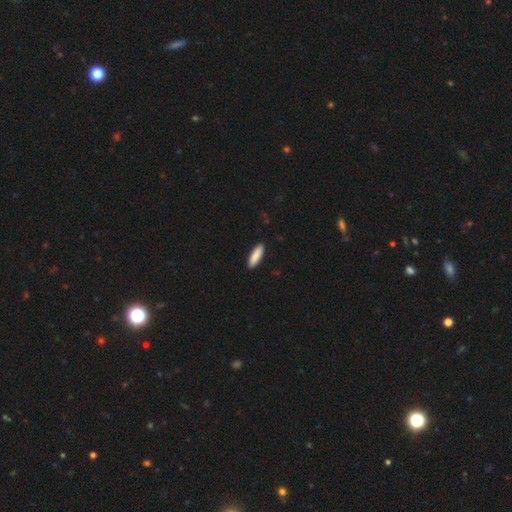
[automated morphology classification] smooth-or-featured: smooth: 89% | featured or disk: 5% | star or artifact: 5%
  how-rounded: cigar-shaped: 51% | in between: 47% | round: 1%
  merging: none: 91% | minor disturbance: 7% | major disturbance: 1% | merger: 1%